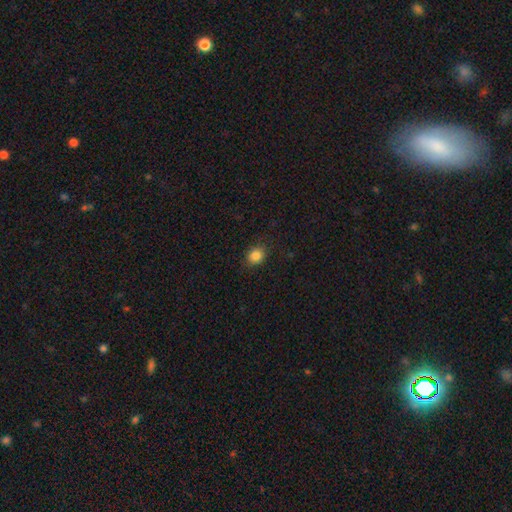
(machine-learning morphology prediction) The model was most divided on "how rounded": round: 71%, in between: 28%, cigar-shaped: 1%. More confident: merging — none (87%); smooth or featured — smooth (85%).